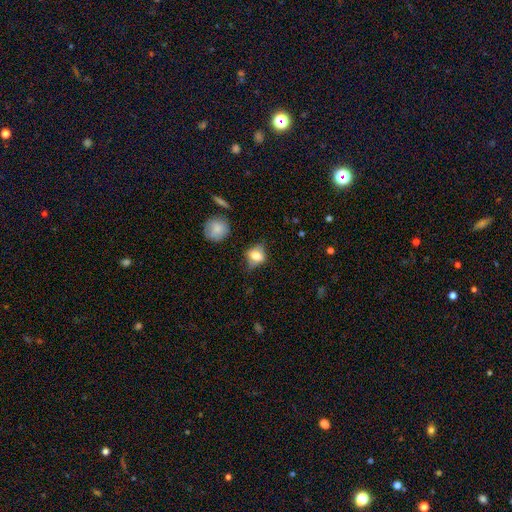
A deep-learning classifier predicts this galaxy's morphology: Overall: smooth (69%). How rounded: round (50%; in between 47%). Merging: none (61%; minor disturbance 27%).